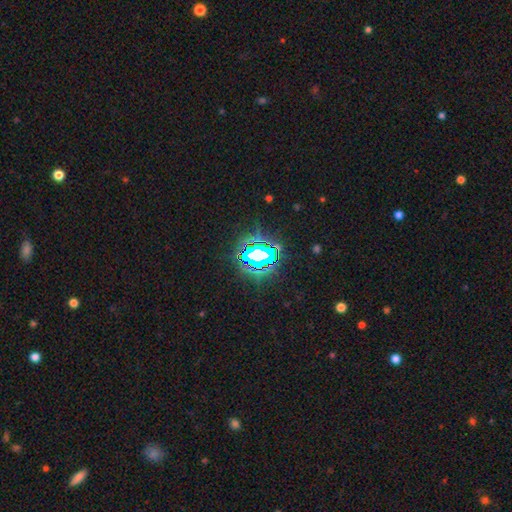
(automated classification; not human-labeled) Smooth or featured: star or artifact — 72% (smooth — 15%)